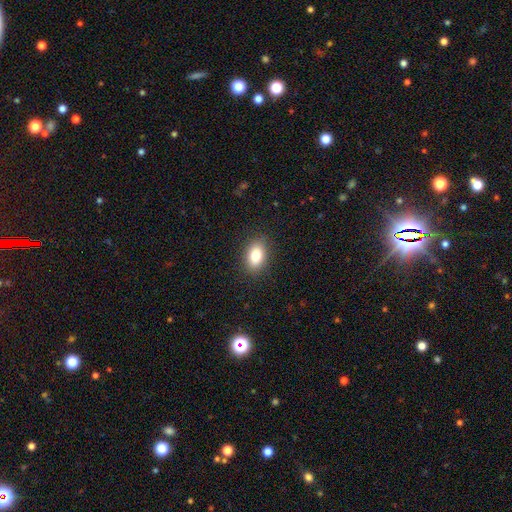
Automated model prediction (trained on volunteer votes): Smooth or featured? smooth (83%)
How rounded? in between (85%)
Merging? none (87%)